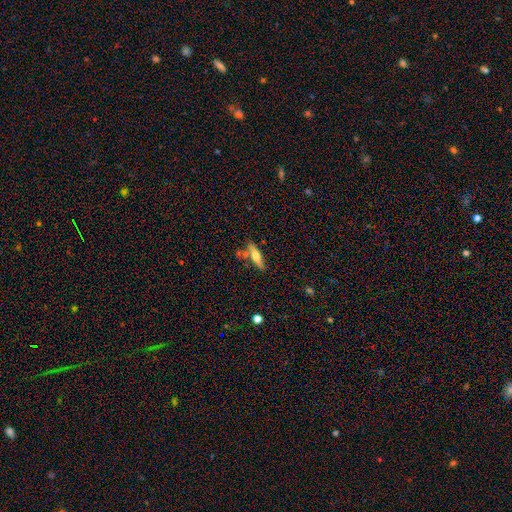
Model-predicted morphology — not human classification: Q: Smooth or featured?
A: smooth (52%); runner-up: featured or disk (41%)
Q: How rounded?
A: cigar-shaped (72%); runner-up: in between (26%)
Q: Merging?
A: none (71%); runner-up: minor disturbance (14%)